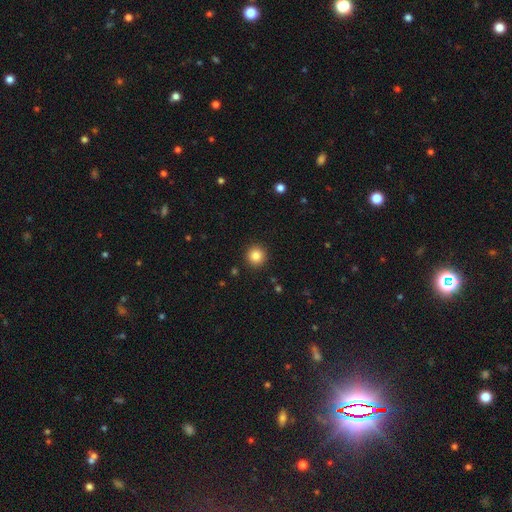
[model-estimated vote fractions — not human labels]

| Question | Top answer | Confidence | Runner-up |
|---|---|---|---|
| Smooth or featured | smooth | 86% | star or artifact (10%) |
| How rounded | round | 95% | in between (4%) |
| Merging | none | 92% | minor disturbance (5%) |